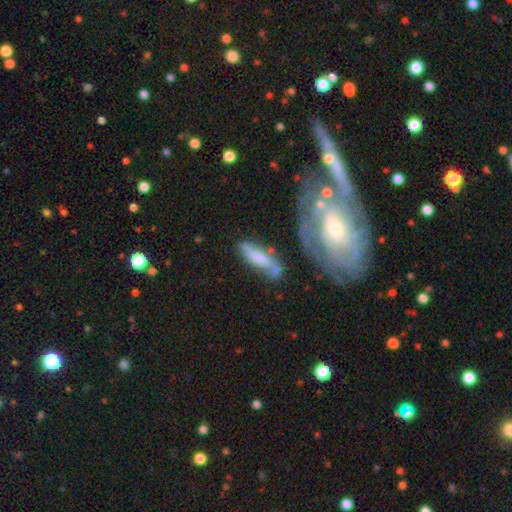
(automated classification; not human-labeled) Smooth or featured?
  - smooth: 51% *
  - featured or disk: 41%
  - star or artifact: 8%
How rounded?
  - cigar-shaped: 54% *
  - in between: 43%
  - round: 3%
Merging?
  - none: 58% *
  - minor disturbance: 23%
  - major disturbance: 10%
  - merger: 9%